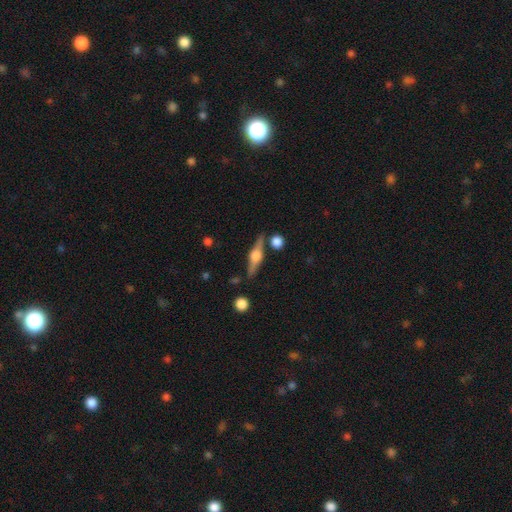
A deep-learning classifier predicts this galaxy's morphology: Smooth or featured? Predicted: featured or disk (p=0.75). Edge-on disk? Predicted: yes (p=0.97). Edge-on bulge? Predicted: rounded (p=0.90). Merging? Predicted: none (p=0.81).